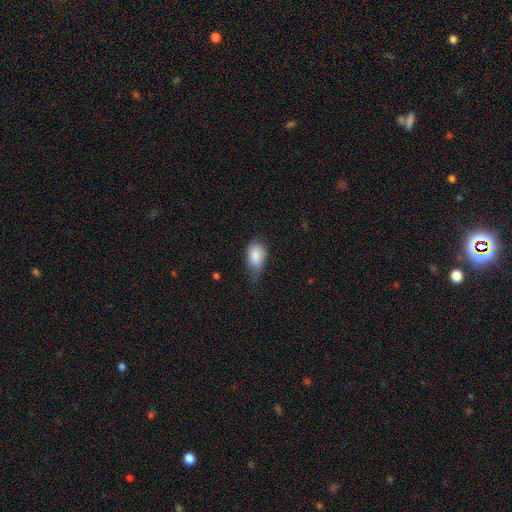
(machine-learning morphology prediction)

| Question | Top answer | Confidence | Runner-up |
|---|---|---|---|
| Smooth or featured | smooth | 84% | featured or disk (9%) |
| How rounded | in between | 88% | round (10%) |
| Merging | minor disturbance | 48% | none (34%) |